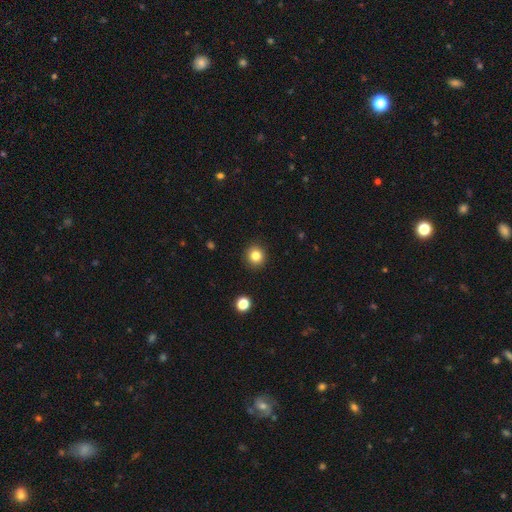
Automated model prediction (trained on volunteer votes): smooth-or-featured: smooth: 83% | star or artifact: 12% | featured or disk: 6%
  how-rounded: round: 92% | in between: 7% | cigar-shaped: 1%
  merging: none: 92% | minor disturbance: 5% | major disturbance: 2% | merger: 1%